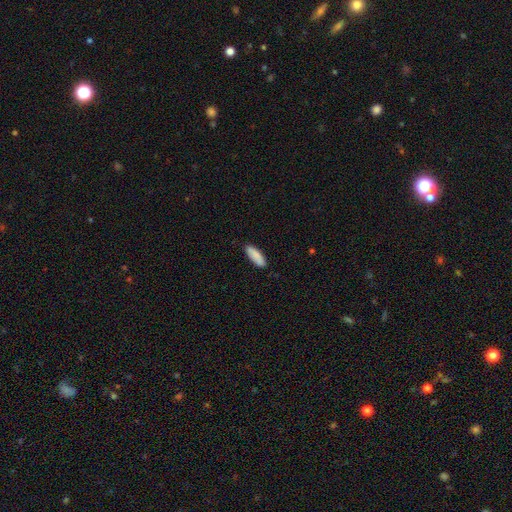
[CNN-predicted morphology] smooth_or_featured: smooth (p=0.88) [alt: featured or disk p=0.06]
how_rounded: in between (p=0.62) [alt: cigar-shaped p=0.37]
merging: none (p=0.86) [alt: minor disturbance p=0.11]